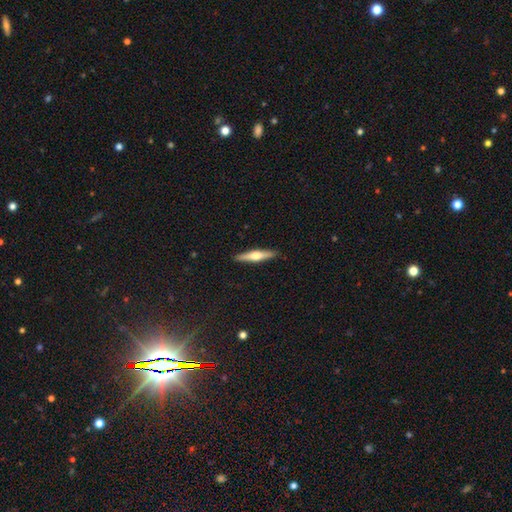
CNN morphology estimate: Overall: featured or disk (54%; smooth 41%). Edge-on disk: yes (96%). Edge-on bulge: rounded (91%). Merging: none (91%).